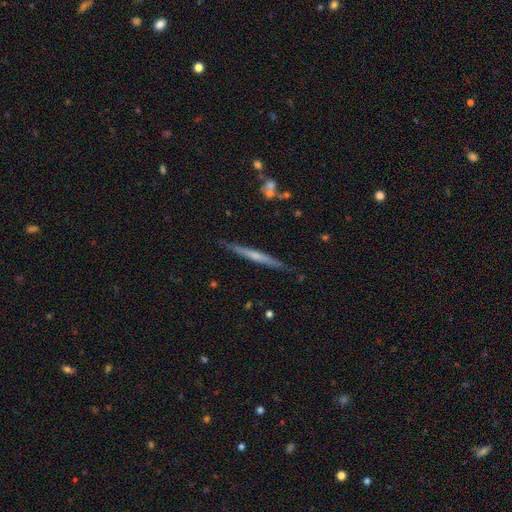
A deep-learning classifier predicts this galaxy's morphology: Overall: featured or disk (58%; smooth 36%). Edge-on disk: yes (96%). Edge-on bulge: none (62%; rounded 32%). Merging: none (86%).